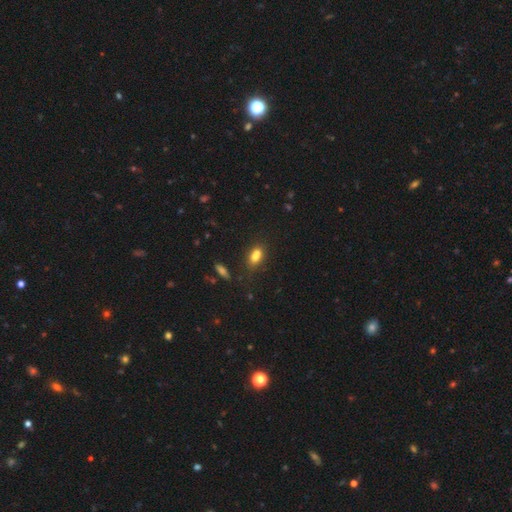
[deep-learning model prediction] smooth_or_featured: smooth (p=0.73) [alt: featured or disk p=0.14]
how_rounded: in between (p=0.76) [alt: round p=0.16]
merging: none (p=0.45) [alt: merger p=0.35]